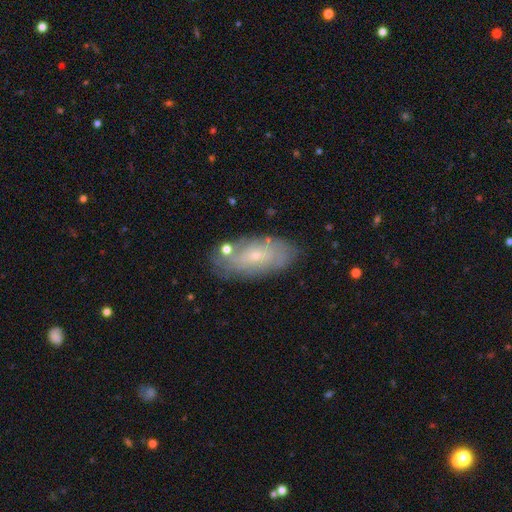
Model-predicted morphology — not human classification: This appears to be a featured or disk galaxy (54%). Merging: none (74%).